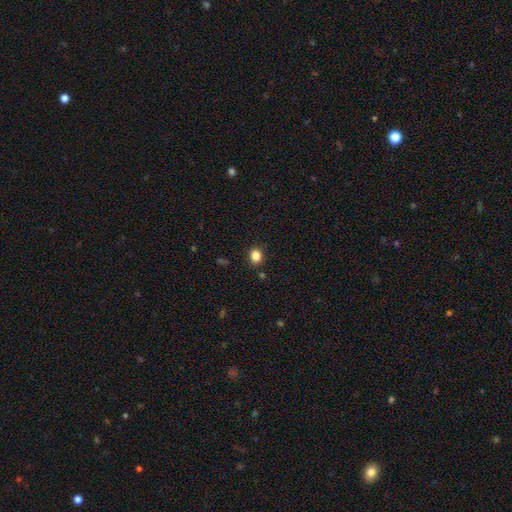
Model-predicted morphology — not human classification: A smooth galaxy with no disk features (84%) that is round (50%). Merging: none (88%).